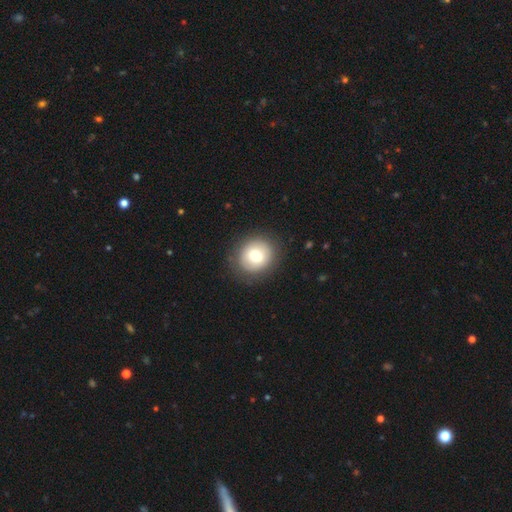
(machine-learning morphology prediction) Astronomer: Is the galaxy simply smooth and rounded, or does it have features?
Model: smooth — 73%.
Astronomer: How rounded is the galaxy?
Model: round — 82%.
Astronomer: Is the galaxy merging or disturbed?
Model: none — 87%.